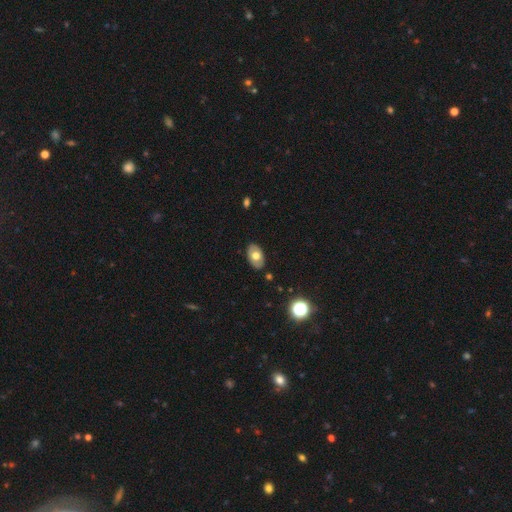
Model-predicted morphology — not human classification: smooth 59%, featured or disk 33%, star or artifact 8%. Down the decision tree: how rounded — in between (90%); merging — none (86%).